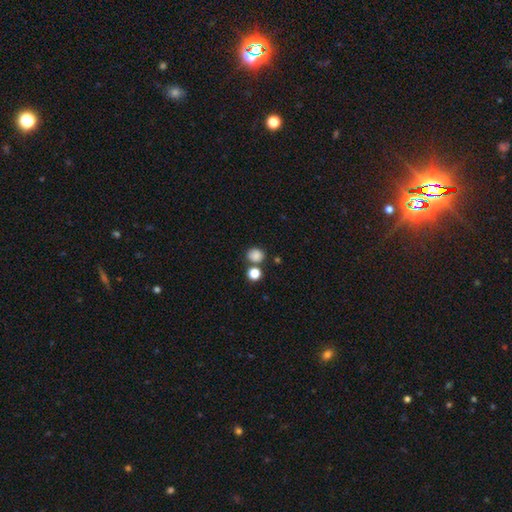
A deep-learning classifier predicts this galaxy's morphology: Smooth or featured? smooth (83%)
How rounded? round (75%)
Merging? none (70%)